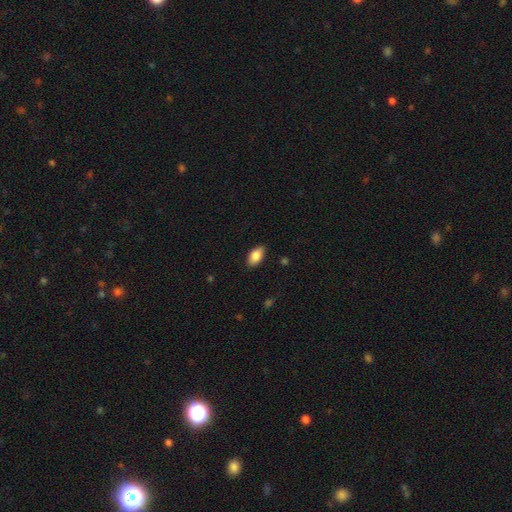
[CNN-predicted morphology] Q: Smooth or featured?
A: smooth (86%); runner-up: featured or disk (7%)
Q: How rounded?
A: in between (93%); runner-up: round (4%)
Q: Merging?
A: none (86%); runner-up: minor disturbance (10%)